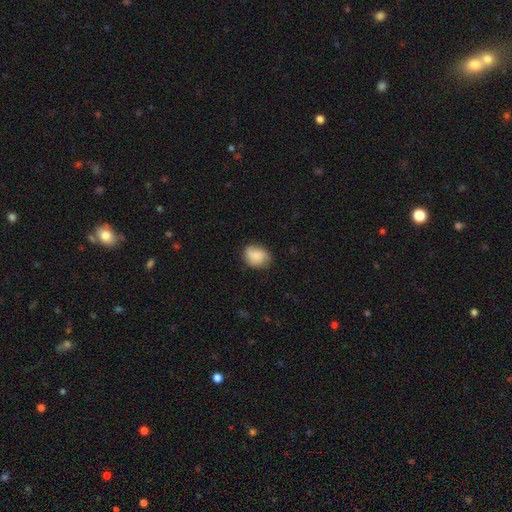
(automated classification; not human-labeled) A smooth galaxy with no disk features (75%) that is round (56%).

Vote fractions:
- Smooth or featured? smooth: 75% / featured or disk: 17% / star or artifact: 8%
- How rounded? round: 56% / in between: 43% / cigar-shaped: 1%
- Merging? none: 73% / minor disturbance: 20% / major disturbance: 5% / merger: 1%